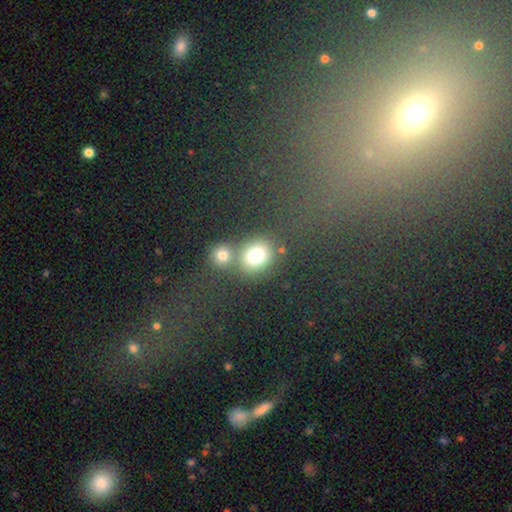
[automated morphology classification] A smooth galaxy with no disk features (75%) that is round (70%). Merging: none (48%).